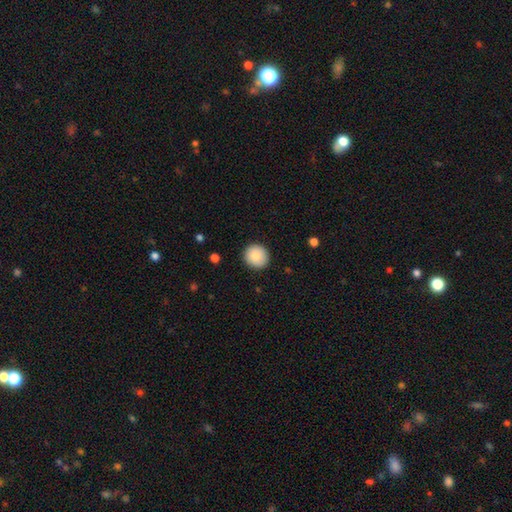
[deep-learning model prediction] Overall: smooth (87%). How rounded: round (92%). Merging: none (90%).